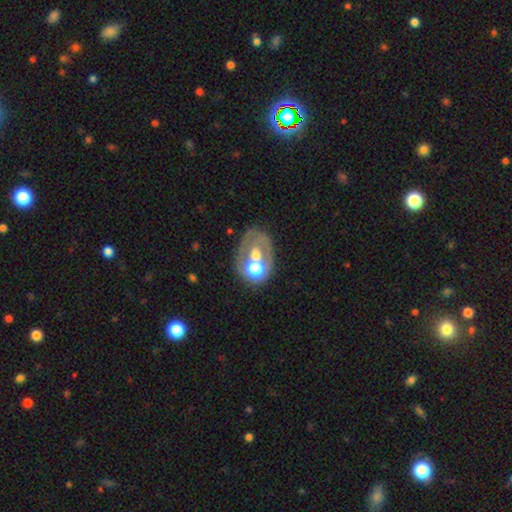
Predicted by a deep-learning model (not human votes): A featured or disk galaxy (52%).

Vote fractions:
- Smooth or featured? featured or disk: 52% / smooth: 36% / star or artifact: 12%
- Edge-on disk? no: 95% / yes: 5%
- Merging? none: 40% / merger: 32% / minor disturbance: 15% / major disturbance: 13%